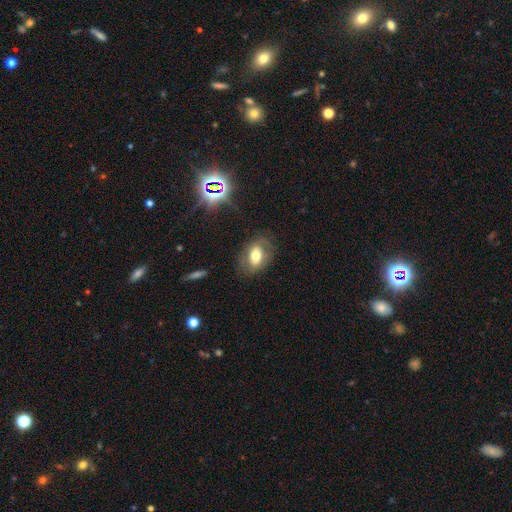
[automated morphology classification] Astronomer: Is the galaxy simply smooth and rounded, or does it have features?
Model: smooth — 60%.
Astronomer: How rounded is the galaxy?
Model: in between — 79%.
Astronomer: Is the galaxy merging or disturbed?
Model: none — 73%.